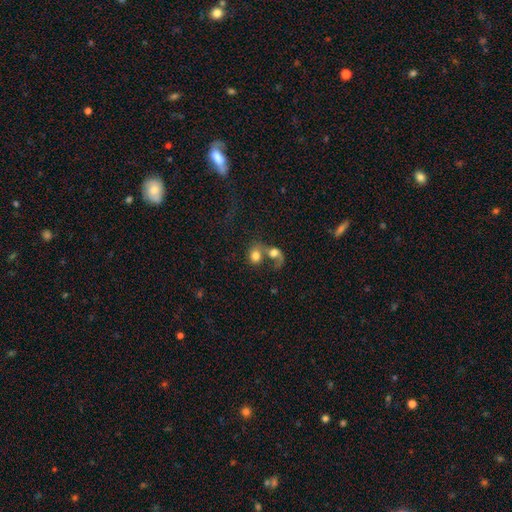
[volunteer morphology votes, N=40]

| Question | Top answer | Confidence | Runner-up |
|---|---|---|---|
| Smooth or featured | smooth | 65% | featured or disk (32%) |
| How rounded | round | 77% | in between (23%) |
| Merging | merger | 64% | none (18%) |